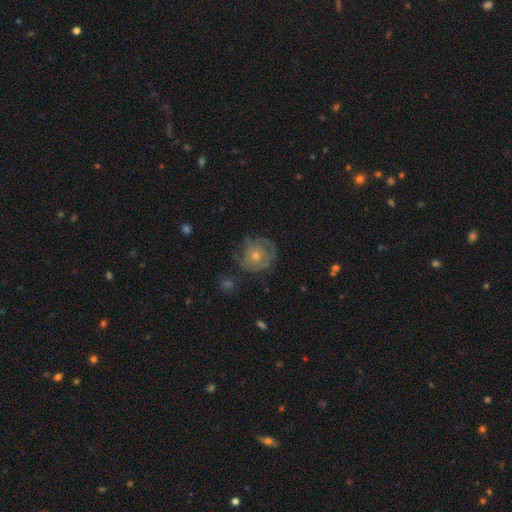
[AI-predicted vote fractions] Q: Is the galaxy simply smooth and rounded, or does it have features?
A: featured or disk — 62%.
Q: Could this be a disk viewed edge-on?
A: no — 97%.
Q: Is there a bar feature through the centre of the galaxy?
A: no — 85%.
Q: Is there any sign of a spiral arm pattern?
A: yes — 77%.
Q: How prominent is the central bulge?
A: moderate — 54%.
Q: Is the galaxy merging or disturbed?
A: none — 73%.